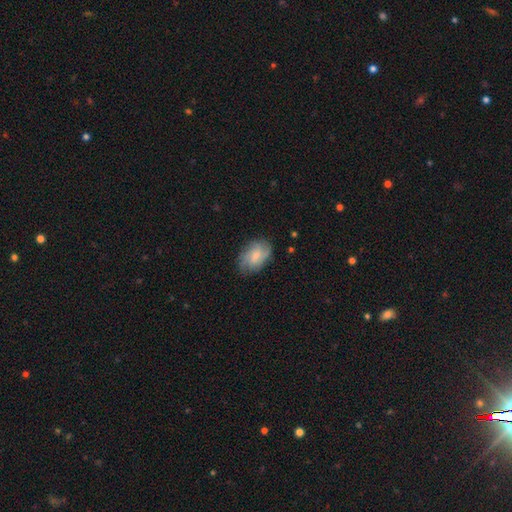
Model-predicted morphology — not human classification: Smooth or featured: featured or disk — 54% (smooth — 38%)
Edge-on disk: no — 96% (yes — 4%)
Bar: no — 59% (weak — 36%)
Spiral arms: yes — 87% (no — 13%)
Bulge size: small — 57% (moderate — 32%)
Merging: none — 76% (minor disturbance — 18%)